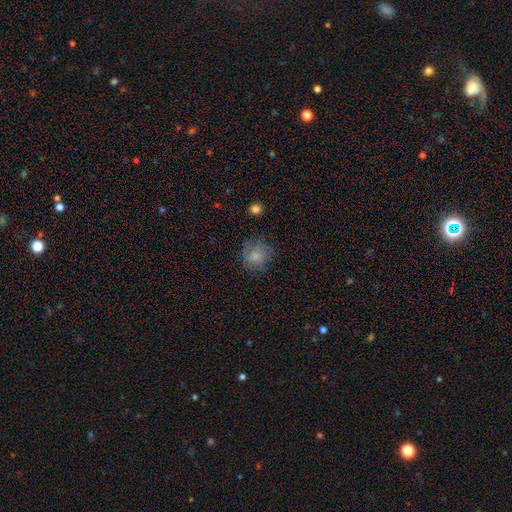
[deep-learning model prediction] smooth 75%, featured or disk 14%, star or artifact 11%. Down the decision tree: how rounded — round (85%); merging — none (73%).